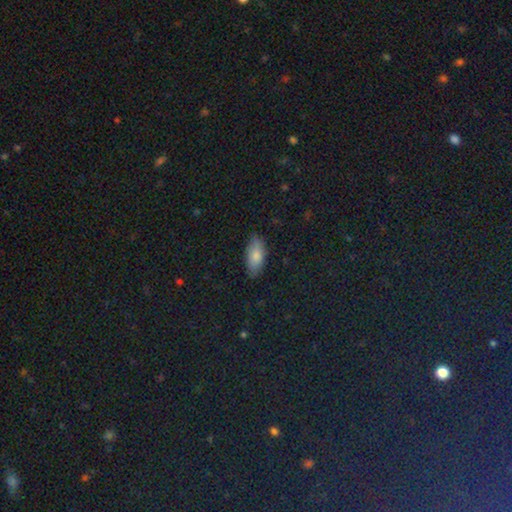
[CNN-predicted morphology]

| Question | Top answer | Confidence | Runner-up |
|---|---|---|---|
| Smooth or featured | smooth | 81% | featured or disk (12%) |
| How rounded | in between | 86% | cigar-shaped (11%) |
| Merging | none | 81% | minor disturbance (15%) |